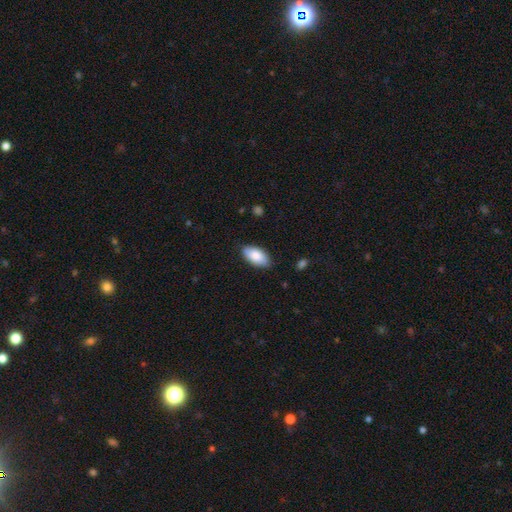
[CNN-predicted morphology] Smooth or featured?
  - smooth: 85% *
  - featured or disk: 9%
  - star or artifact: 6%
How rounded?
  - in between: 95% *
  - cigar-shaped: 3%
  - round: 2%
Merging?
  - none: 84% *
  - minor disturbance: 13%
  - major disturbance: 2%
  - merger: 1%